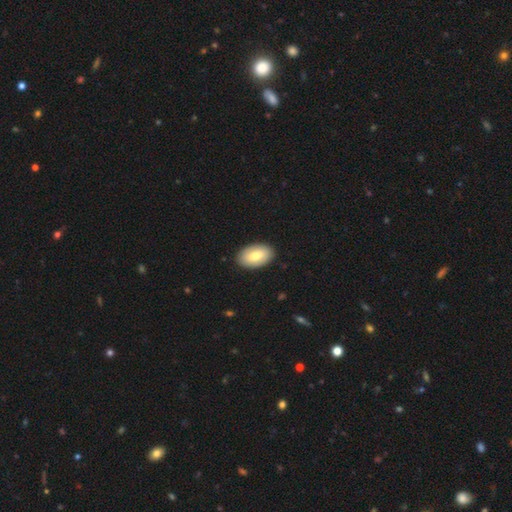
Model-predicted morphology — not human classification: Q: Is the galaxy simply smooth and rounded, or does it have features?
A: smooth — 76%.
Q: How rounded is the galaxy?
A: in between — 94%.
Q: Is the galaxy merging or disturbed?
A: none — 89%.